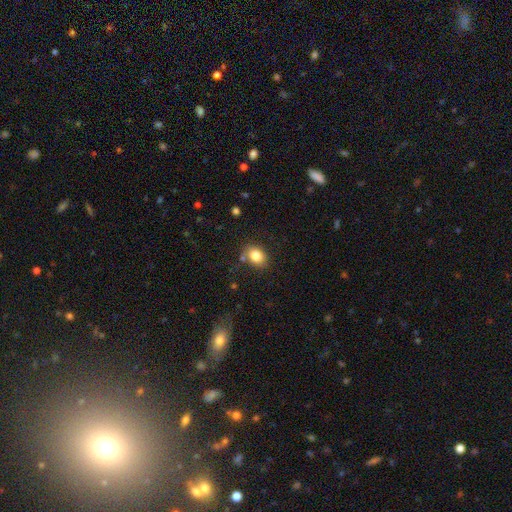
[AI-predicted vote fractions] smooth-or-featured: smooth: 82% | star or artifact: 10% | featured or disk: 8%
  how-rounded: in between: 60% | round: 39% | cigar-shaped: 1%
  merging: none: 75% | minor disturbance: 15% | merger: 6% | major disturbance: 4%